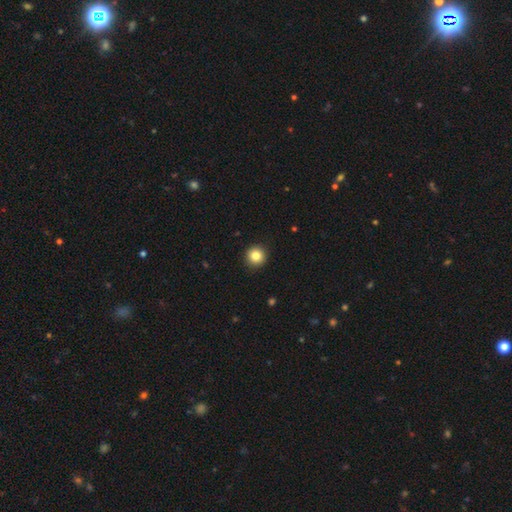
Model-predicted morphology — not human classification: Smooth or featured? Predicted: smooth (p=0.84). How rounded? Predicted: round (p=0.95). Merging? Predicted: none (p=0.93).